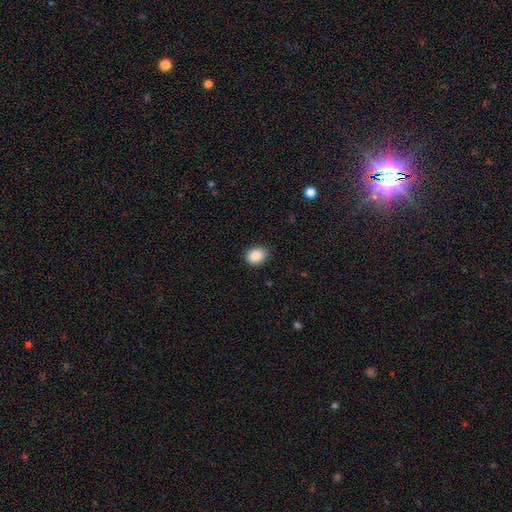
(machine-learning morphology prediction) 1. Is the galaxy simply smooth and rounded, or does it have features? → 89% smooth, 8% star or artifact, 3% featured or disk.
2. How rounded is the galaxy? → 68% in between, 31% round, 1% cigar-shaped.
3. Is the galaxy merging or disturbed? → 84% none, 12% minor disturbance, 2% major disturbance, 1% merger.